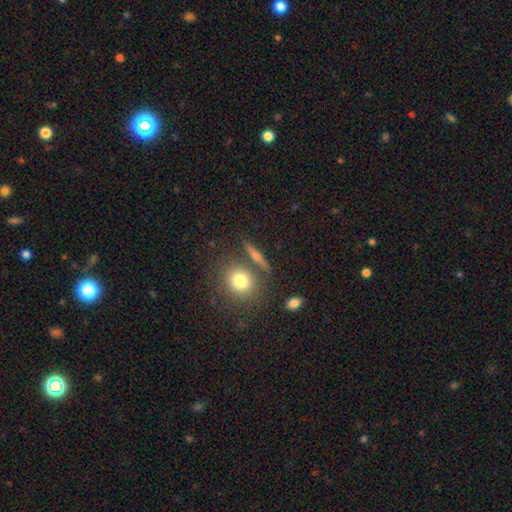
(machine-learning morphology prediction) smooth-or-featured: smooth: 50% | featured or disk: 34% | star or artifact: 16%
  merging: none: 77% | merger: 11% | minor disturbance: 9% | major disturbance: 4%